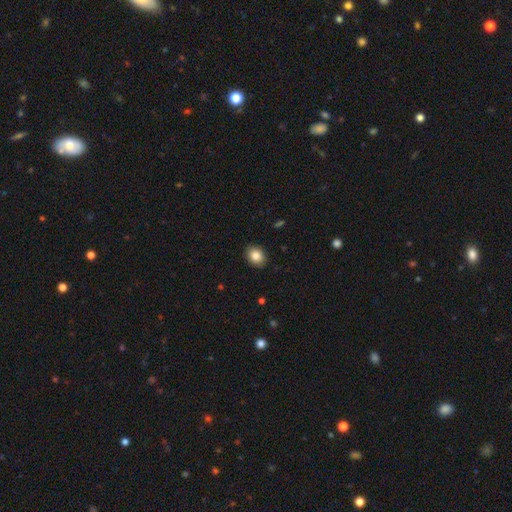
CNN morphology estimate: smooth-or-featured: smooth: 85% | star or artifact: 9% | featured or disk: 6%
  how-rounded: in between: 52% | round: 47% | cigar-shaped: 1%
  merging: none: 89% | minor disturbance: 8% | major disturbance: 2% | merger: 1%